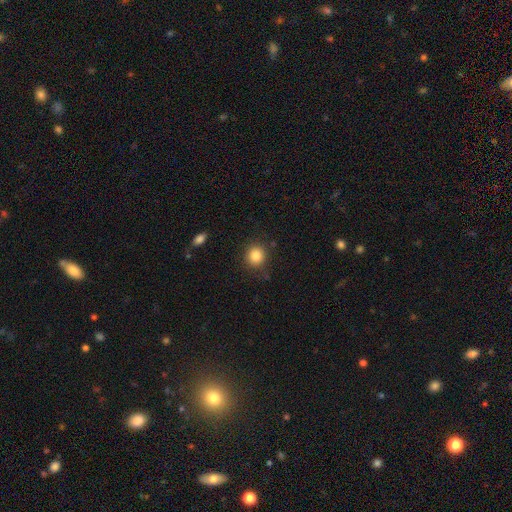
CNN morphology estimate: smooth_or_featured: smooth (p=0.84) [alt: star or artifact p=0.10]
how_rounded: round (p=0.87) [alt: in between p=0.12]
merging: none (p=0.86) [alt: minor disturbance p=0.10]